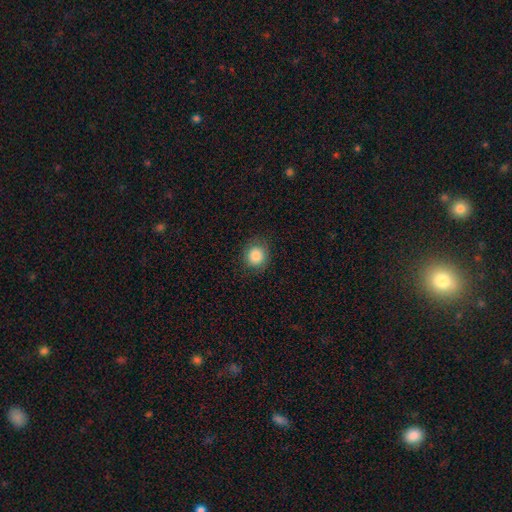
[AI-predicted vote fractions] The model was most divided on "smooth or featured": smooth: 85%, star or artifact: 10%, featured or disk: 5%. More confident: how rounded — round (88%); merging — none (87%).